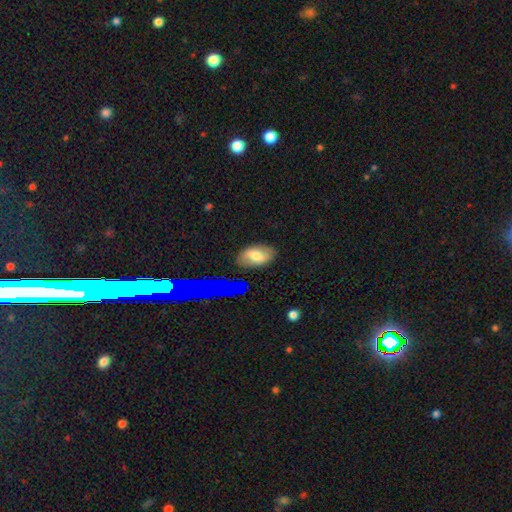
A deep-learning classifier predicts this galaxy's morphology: Smooth or featured? Predicted: smooth (p=0.62). How rounded? Predicted: in between (p=0.91). Merging? Predicted: none (p=0.80).